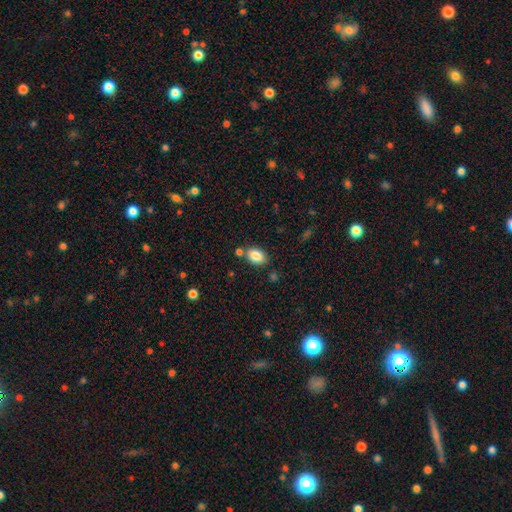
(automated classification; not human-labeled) Smooth or featured?
  - smooth: 85% *
  - star or artifact: 8%
  - featured or disk: 7%
How rounded?
  - in between: 84% *
  - round: 14%
  - cigar-shaped: 1%
Merging?
  - none: 76% *
  - minor disturbance: 12%
  - merger: 9%
  - major disturbance: 3%